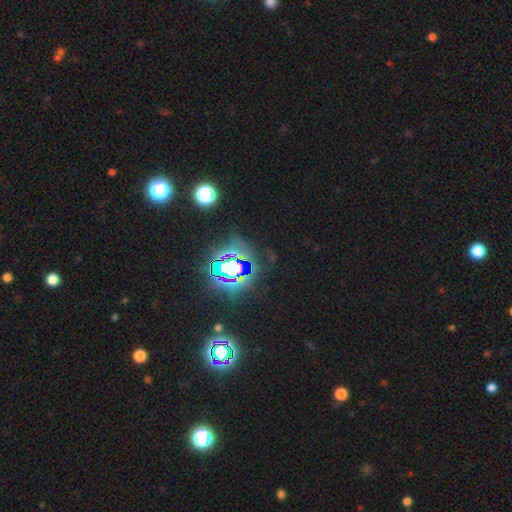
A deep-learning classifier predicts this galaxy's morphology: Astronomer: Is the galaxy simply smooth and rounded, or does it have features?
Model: star or artifact — 81%.